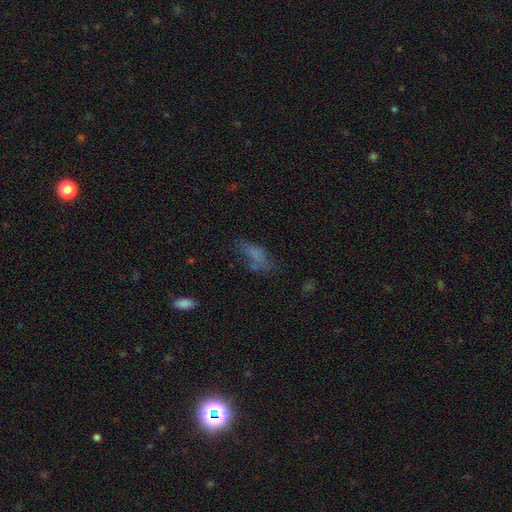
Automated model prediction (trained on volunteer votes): Smooth or featured? Predicted: smooth (p=0.60). How rounded? Predicted: in between (p=0.75). Merging? Predicted: none (p=0.41).